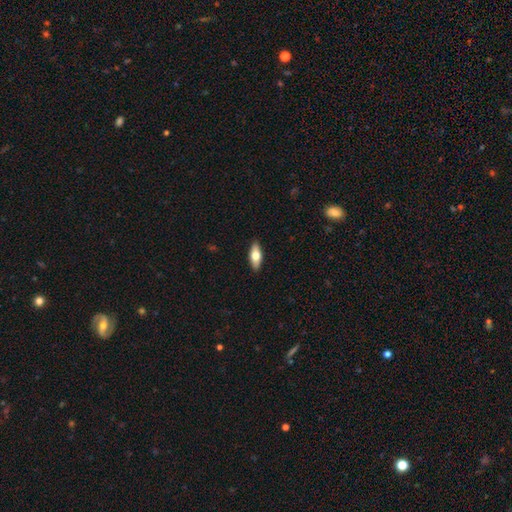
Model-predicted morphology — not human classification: smooth 62%, featured or disk 32%, star or artifact 6%. Down the decision tree: how rounded — in between (71%); merging — none (90%).